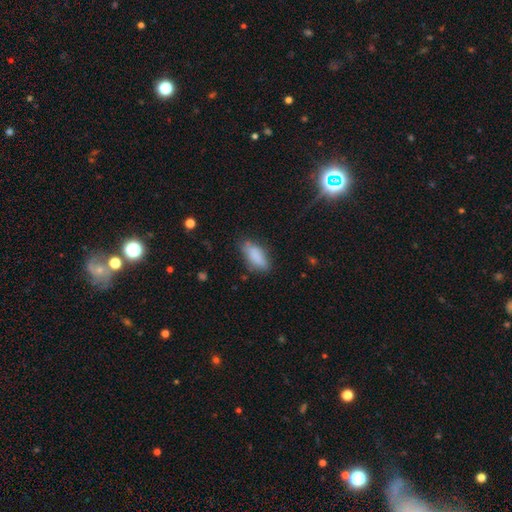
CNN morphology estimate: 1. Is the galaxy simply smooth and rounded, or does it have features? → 82% smooth, 11% featured or disk, 8% star or artifact.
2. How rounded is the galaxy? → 79% in between, 19% cigar-shaped, 2% round.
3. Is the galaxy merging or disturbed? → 65% none, 25% minor disturbance, 7% major disturbance, 3% merger.